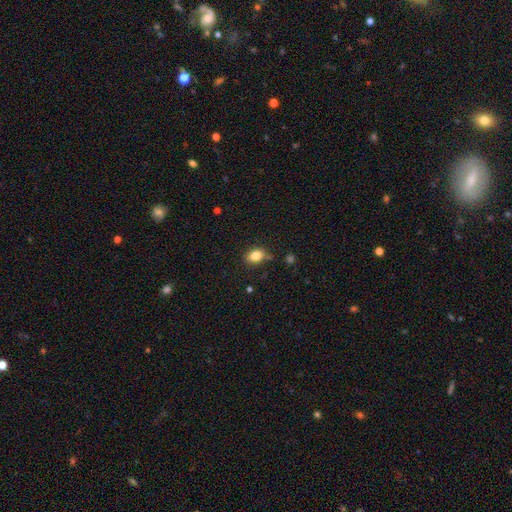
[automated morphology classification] type=smooth (83%); roundness=in between (73%); merging=none (72%).